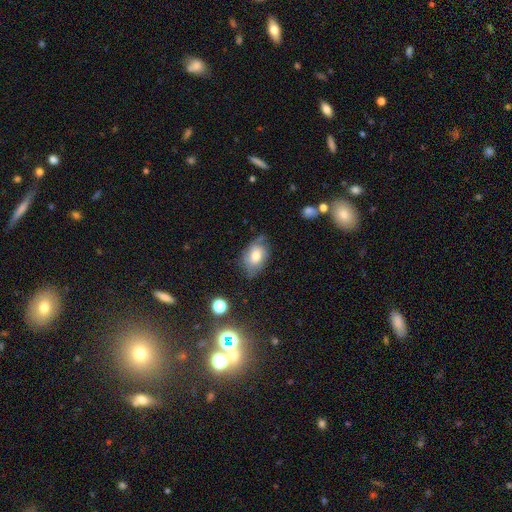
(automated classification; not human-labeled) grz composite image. It shows a smooth galaxy with no disk features (67%) that is in between round and cigar-shaped (85%). Merging: none (58%).